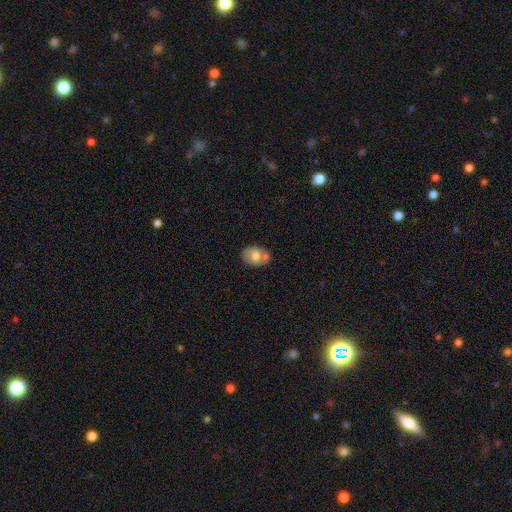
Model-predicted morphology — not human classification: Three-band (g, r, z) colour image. It shows a smooth galaxy with no disk features (69%) that is in between round and cigar-shaped (61%). Merging: none (45%).